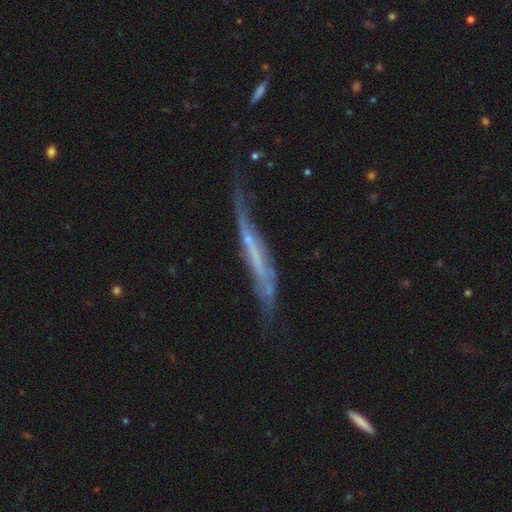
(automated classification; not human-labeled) A featured or disk galaxy (66%) viewed edge-on (75%). Merging: none (45%).